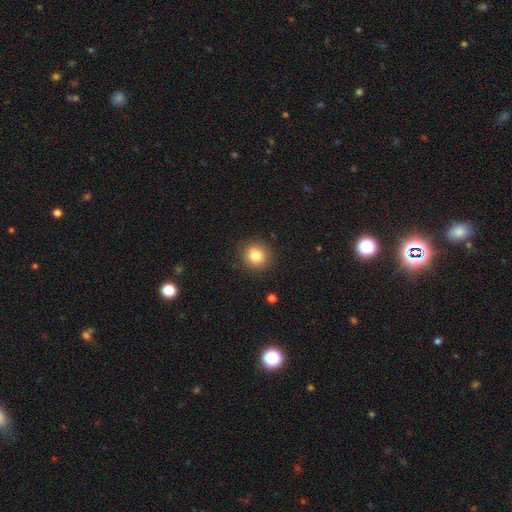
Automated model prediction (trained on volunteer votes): smooth-or-featured: smooth: 82% | star or artifact: 11% | featured or disk: 7%
  how-rounded: round: 89% | in between: 10% | cigar-shaped: 1%
  merging: none: 89% | minor disturbance: 7% | major disturbance: 2% | merger: 1%